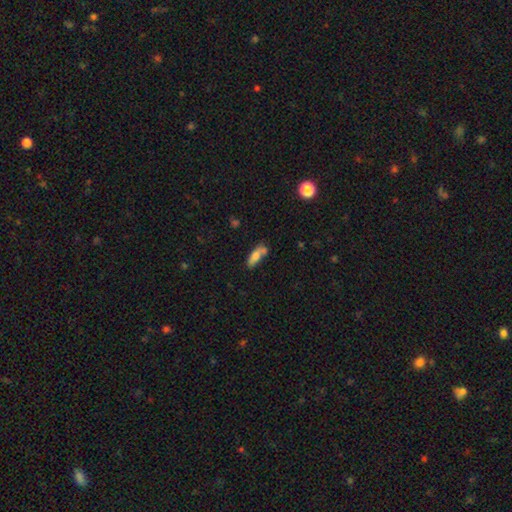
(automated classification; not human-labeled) Smooth or featured?
  - smooth: 72% *
  - featured or disk: 20%
  - star or artifact: 8%
How rounded?
  - in between: 64% *
  - cigar-shaped: 33%
  - round: 3%
Merging?
  - none: 50% *
  - merger: 23%
  - minor disturbance: 20%
  - major disturbance: 7%